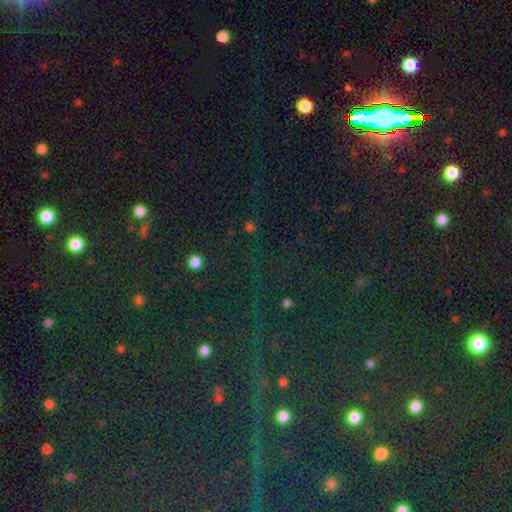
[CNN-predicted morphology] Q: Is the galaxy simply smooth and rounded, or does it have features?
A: star or artifact — 79%.